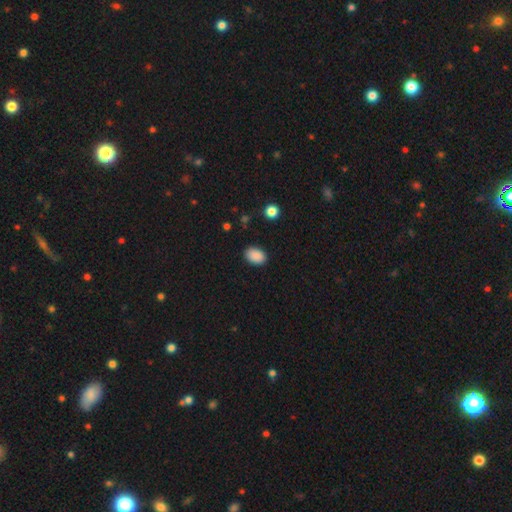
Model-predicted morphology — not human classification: The model was most divided on "how rounded": in between: 84%, round: 15%, cigar-shaped: 1%. More confident: smooth or featured — smooth (89%); merging — none (87%).